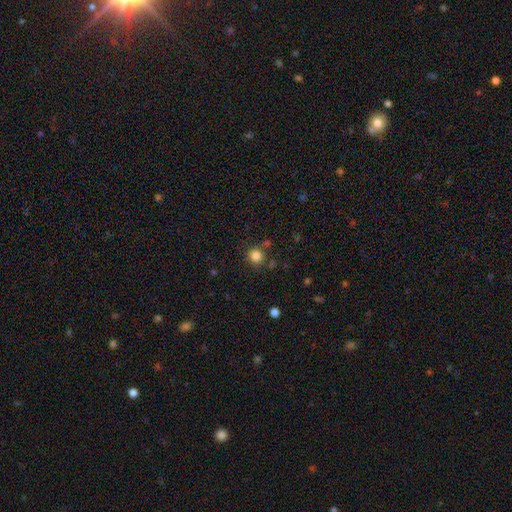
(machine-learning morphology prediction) A smooth galaxy with no disk features (83%) that is round (92%).

Vote fractions:
- Smooth or featured? smooth: 83% / star or artifact: 13% / featured or disk: 4%
- How rounded? round: 92% / in between: 7% / cigar-shaped: 1%
- Merging? none: 82% / minor disturbance: 9% / merger: 7% / major disturbance: 3%